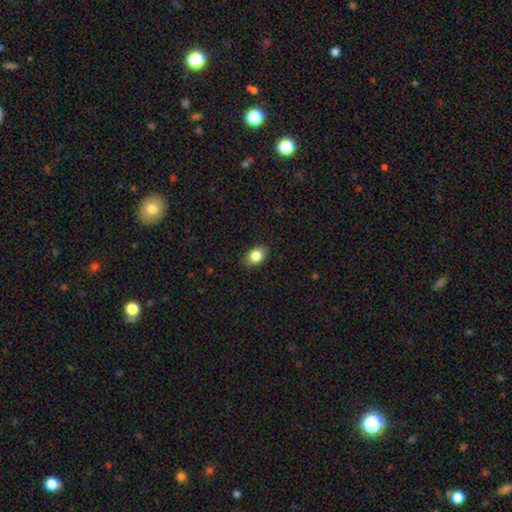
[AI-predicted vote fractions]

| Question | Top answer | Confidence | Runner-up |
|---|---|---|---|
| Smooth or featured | smooth | 84% | star or artifact (9%) |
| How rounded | in between | 74% | round (25%) |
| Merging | none | 87% | minor disturbance (10%) |